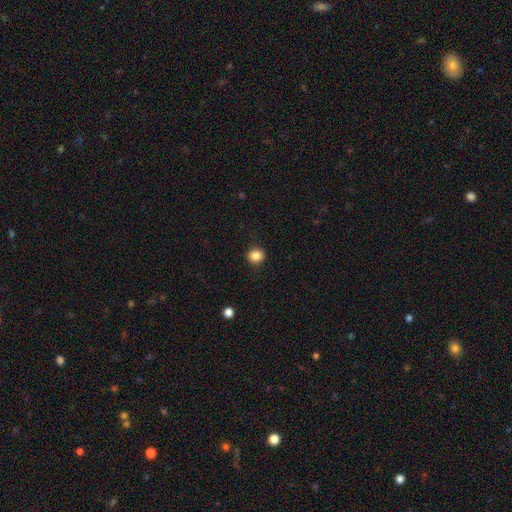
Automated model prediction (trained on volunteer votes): This is clearly a smooth galaxy (86%). How rounded: clearly round (83%). Merging: clearly none (90%).